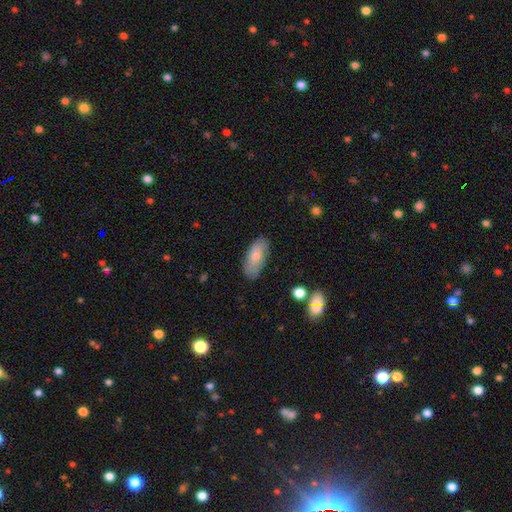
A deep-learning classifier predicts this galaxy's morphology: smooth-or-featured: smooth: 69% | featured or disk: 24% | star or artifact: 7%
  how-rounded: in between: 84% | cigar-shaped: 13% | round: 3%
  merging: none: 80% | minor disturbance: 15% | major disturbance: 3% | merger: 2%